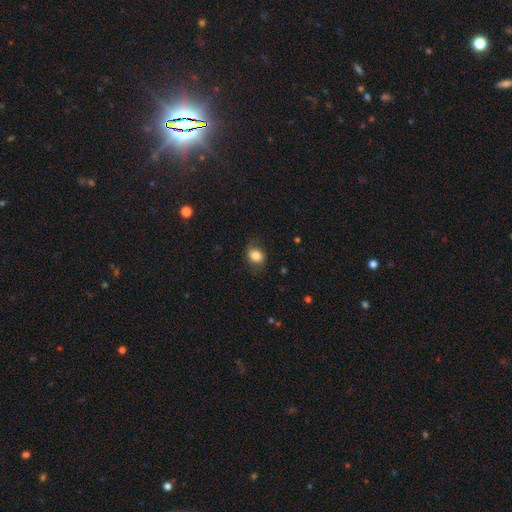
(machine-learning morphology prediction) Smooth or featured? smooth (77%)
How rounded? in between (53%)
Merging? none (68%)